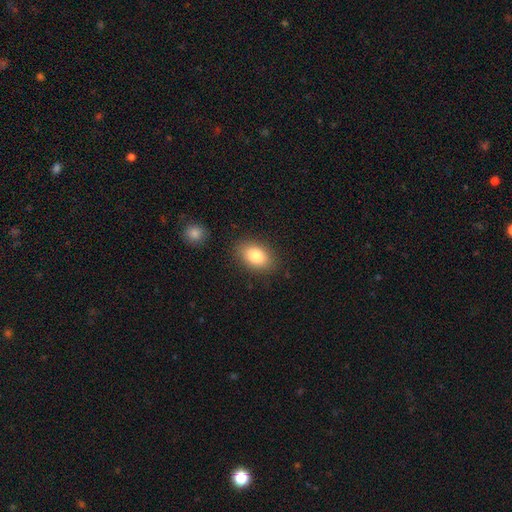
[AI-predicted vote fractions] smooth_or_featured: smooth (p=0.83) [alt: featured or disk p=0.10]
how_rounded: in between (p=0.85) [alt: round p=0.14]
merging: none (p=0.85) [alt: minor disturbance p=0.10]